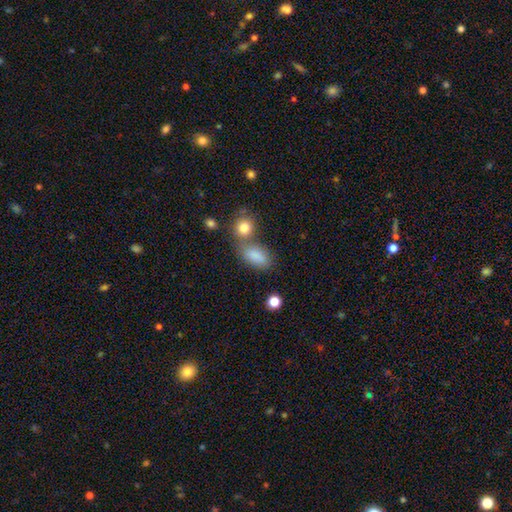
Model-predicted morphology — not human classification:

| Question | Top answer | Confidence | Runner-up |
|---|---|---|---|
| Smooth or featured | smooth | 85% | star or artifact (9%) |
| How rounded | in between | 86% | round (10%) |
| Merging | none | 52% | merger (27%) |